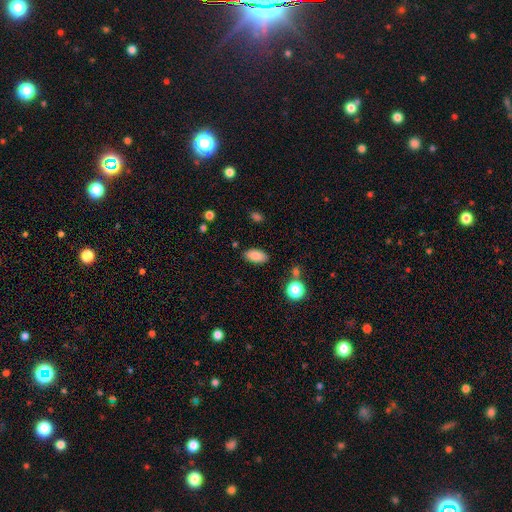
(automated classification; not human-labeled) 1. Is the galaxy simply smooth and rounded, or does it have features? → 85% smooth, 9% star or artifact, 7% featured or disk.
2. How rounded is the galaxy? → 91% in between, 4% cigar-shaped, 4% round.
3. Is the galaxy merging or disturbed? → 85% none, 10% minor disturbance, 3% major disturbance, 2% merger.